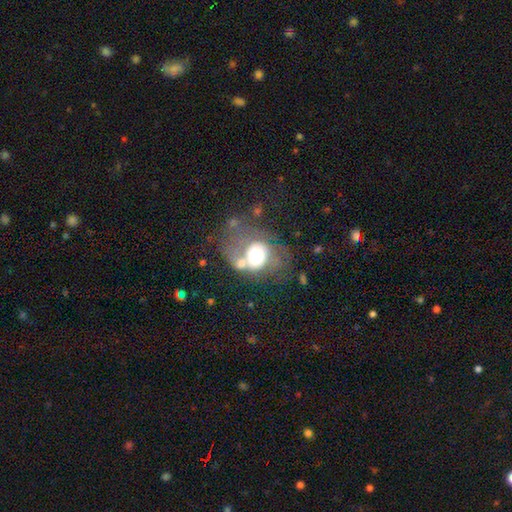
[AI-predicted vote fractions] This appears to be a featured or disk galaxy (50%). Merging: major disturbance (32%).